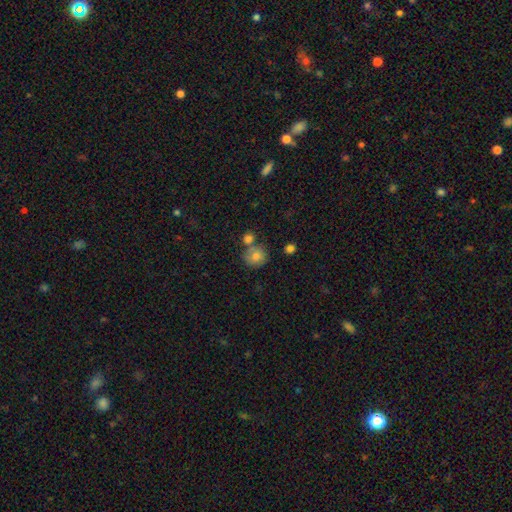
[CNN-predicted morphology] Smooth or featured?
  - smooth: 80% *
  - featured or disk: 11%
  - star or artifact: 10%
How rounded?
  - round: 83% *
  - in between: 16%
  - cigar-shaped: 1%
Merging?
  - none: 56% *
  - merger: 26%
  - minor disturbance: 13%
  - major disturbance: 4%